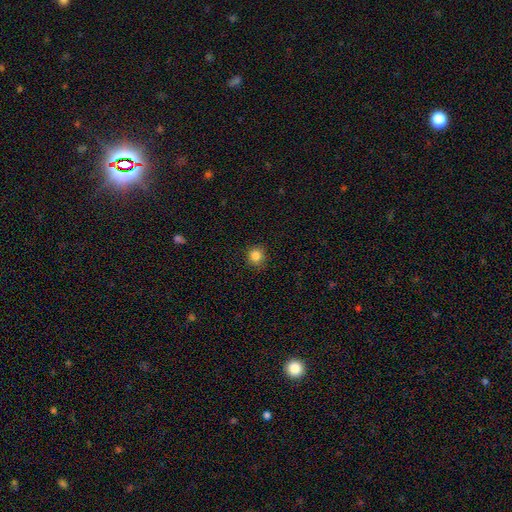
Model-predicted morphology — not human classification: A smooth galaxy with no disk features (85%) that is round (92%).

Vote fractions:
- Smooth or featured? smooth: 85% / star or artifact: 11% / featured or disk: 4%
- How rounded? round: 92% / in between: 8% / cigar-shaped: 1%
- Merging? none: 89% / minor disturbance: 8% / major disturbance: 2% / merger: 1%